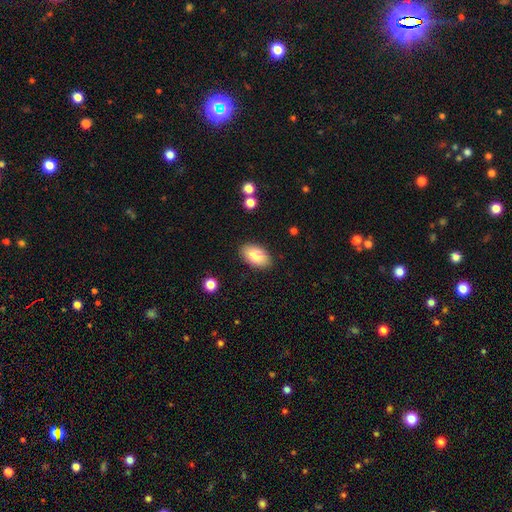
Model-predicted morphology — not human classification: Q: Smooth or featured?
A: smooth (82%); runner-up: featured or disk (11%)
Q: How rounded?
A: in between (94%); runner-up: round (4%)
Q: Merging?
A: none (88%); runner-up: minor disturbance (9%)